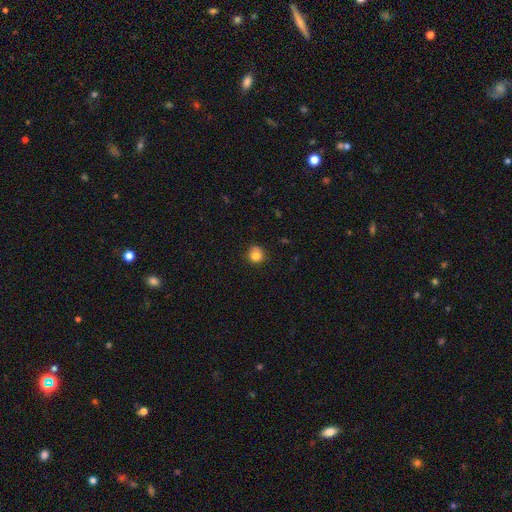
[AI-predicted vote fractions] smooth 81%, star or artifact 11%, featured or disk 8%. Down the decision tree: how rounded — round (86%); merging — none (72%).